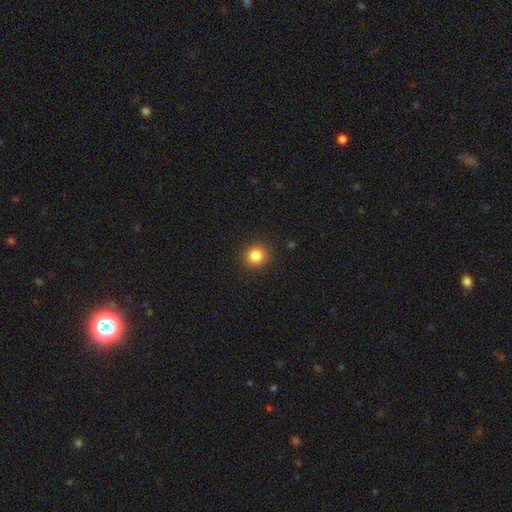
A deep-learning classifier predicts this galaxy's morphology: A smooth galaxy with no disk features (84%) that is round (93%). Merging: none (91%).